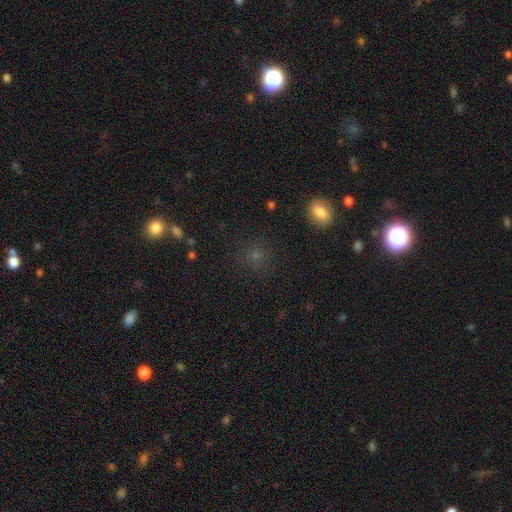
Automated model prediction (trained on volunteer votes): Q: Smooth or featured?
A: smooth (66%); runner-up: star or artifact (26%)
Q: How rounded?
A: round (88%); runner-up: in between (11%)
Q: Merging?
A: none (84%); runner-up: minor disturbance (9%)